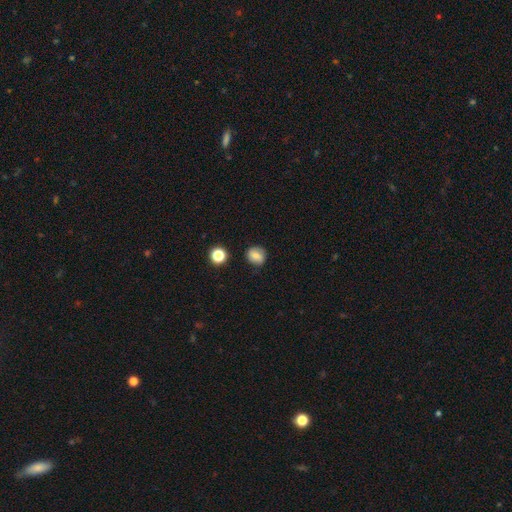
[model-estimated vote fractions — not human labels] A smooth galaxy with no disk features (65%) that is round (76%). Merging: none (78%).